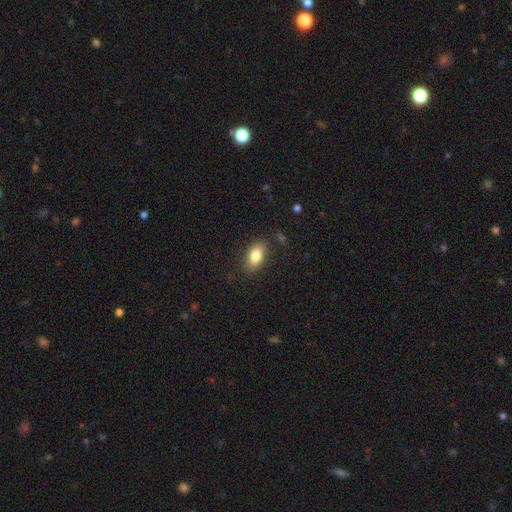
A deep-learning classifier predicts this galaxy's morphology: Smooth or featured? smooth (82%)
How rounded? in between (89%)
Merging? none (84%)